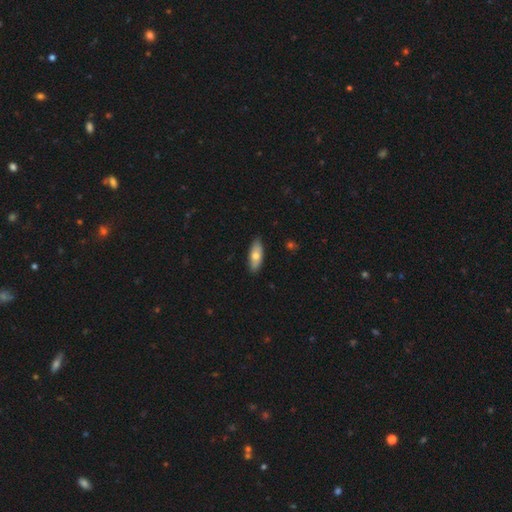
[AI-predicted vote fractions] The model was most divided on "smooth or featured": smooth: 70%, featured or disk: 24%, star or artifact: 6%. More confident: merging — none (87%); how rounded — in between (74%).